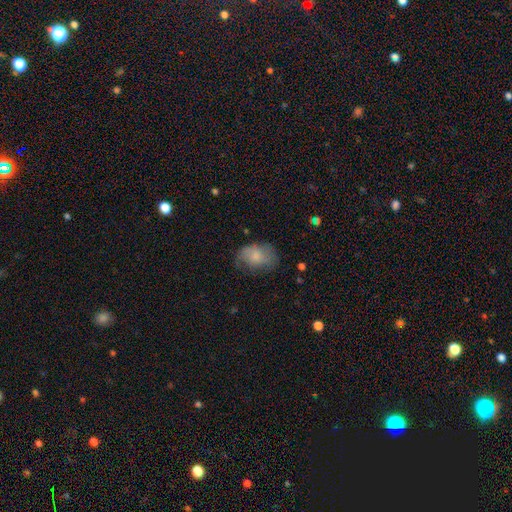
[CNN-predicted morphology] smooth 69%, featured or disk 23%, star or artifact 8%. Down the decision tree: how rounded — in between (78%); merging — none (56%).